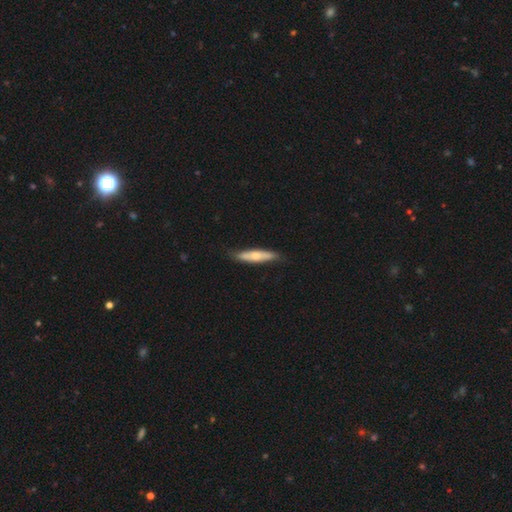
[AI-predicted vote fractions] A smooth galaxy with no disk features (54%) that is cigar-shaped (81%).

Vote fractions:
- Smooth or featured? smooth: 54% / featured or disk: 41% / star or artifact: 5%
- How rounded? cigar-shaped: 81% / in between: 17% / round: 2%
- Merging? none: 80% / minor disturbance: 17% / major disturbance: 3% / merger: 1%